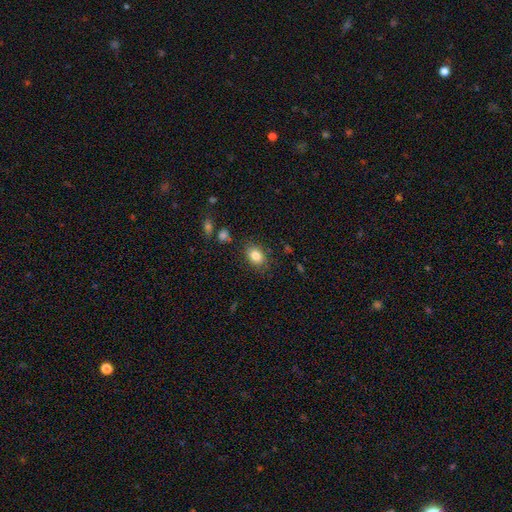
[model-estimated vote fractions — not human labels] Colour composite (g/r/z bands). It shows a smooth galaxy with no disk features (84%) that is in between round and cigar-shaped (75%). Merging: none (83%).